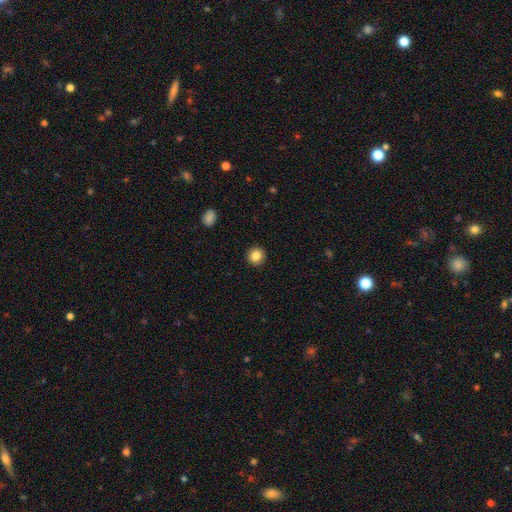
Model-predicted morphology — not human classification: The model was most divided on "smooth or featured": smooth: 86%, star or artifact: 9%, featured or disk: 5%. More confident: how rounded — round (93%); merging — none (92%).